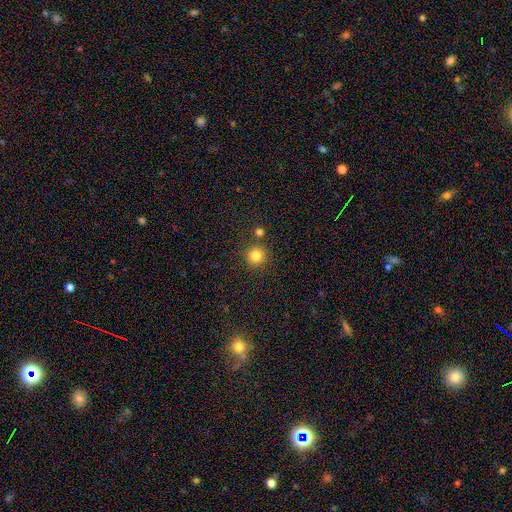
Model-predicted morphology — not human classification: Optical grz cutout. It shows a smooth galaxy with no disk features (83%) that is round (95%). Merging: none (84%).